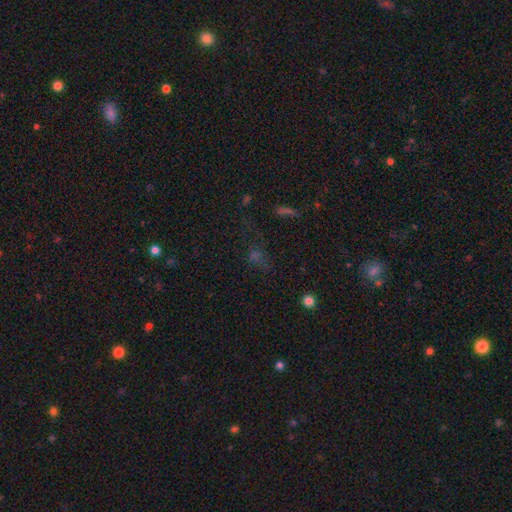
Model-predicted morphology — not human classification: Smooth or featured?
  - star or artifact: 49% *
  - smooth: 37%
  - featured or disk: 14%